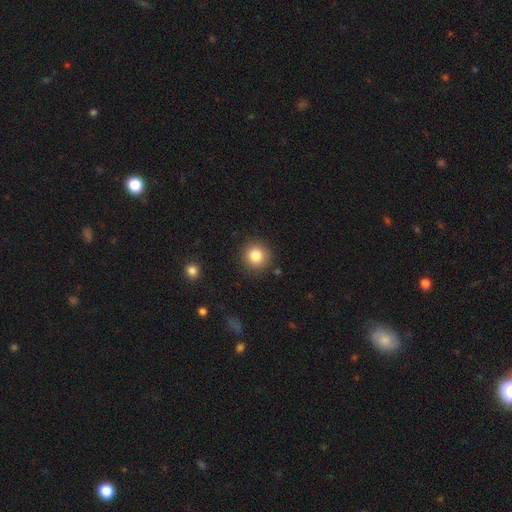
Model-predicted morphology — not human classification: smooth_or_featured: smooth (p=0.84) [alt: star or artifact p=0.10]
how_rounded: round (p=0.92) [alt: in between p=0.07]
merging: none (p=0.89) [alt: minor disturbance p=0.07]